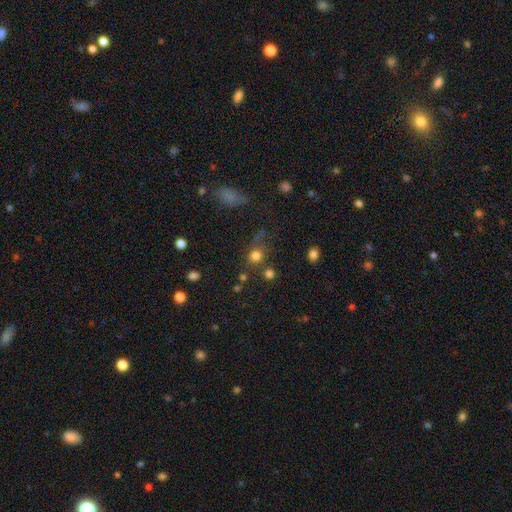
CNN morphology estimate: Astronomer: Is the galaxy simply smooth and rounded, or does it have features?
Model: smooth — 76%.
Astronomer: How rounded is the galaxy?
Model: round — 84%.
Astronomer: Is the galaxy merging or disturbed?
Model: none — 64%.